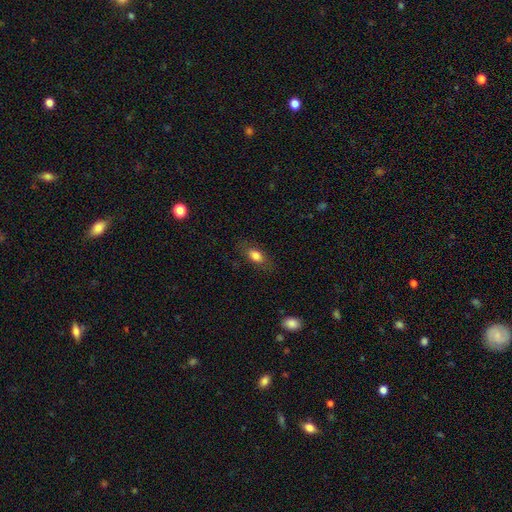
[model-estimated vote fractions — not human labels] smooth_or_featured: smooth (p=0.78) [alt: featured or disk p=0.14]
how_rounded: in between (p=0.82) [alt: cigar-shaped p=0.11]
merging: none (p=0.78) [alt: minor disturbance p=0.15]